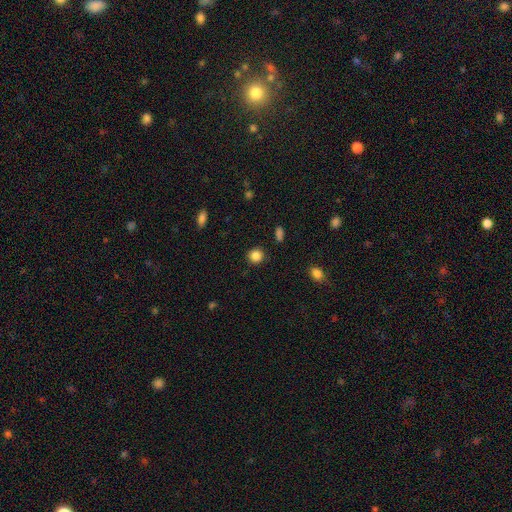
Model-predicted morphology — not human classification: Smooth or featured? Predicted: smooth (p=0.86). How rounded? Predicted: round (p=0.89). Merging? Predicted: none (p=0.89).